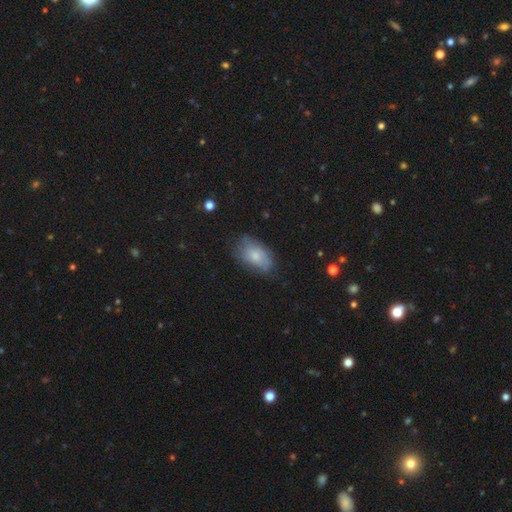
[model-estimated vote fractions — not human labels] A smooth galaxy with no disk features (63%) that is in between round and cigar-shaped (92%).

Vote fractions:
- Smooth or featured? smooth: 63% / featured or disk: 29% / star or artifact: 8%
- How rounded? in between: 92% / round: 6% / cigar-shaped: 2%
- Merging? none: 63% / minor disturbance: 27% / major disturbance: 8% / merger: 2%